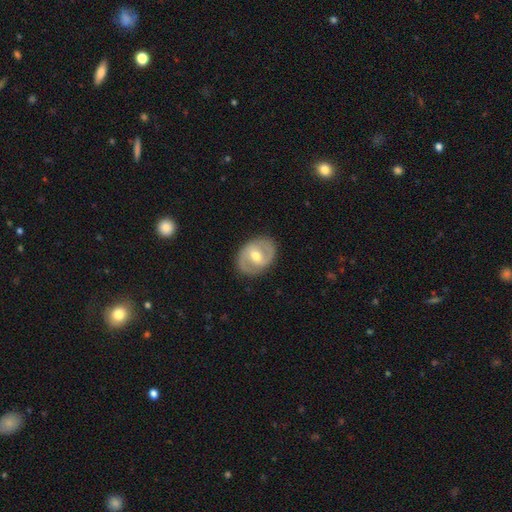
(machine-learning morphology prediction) smooth_or_featured: featured or disk (p=0.72) [alt: smooth p=0.22]
disk_edge_on: no (p=0.96) [alt: yes p=0.04]
bar: weak (p=0.49) [alt: no p=0.27]
has_spiral_arms: yes (p=0.77) [alt: no p=0.23]
spiral_winding: medium (p=0.50) [alt: tight p=0.33]
spiral_arm_count: 2 (p=0.87) [alt: can't tell p=0.08]
bulge_size: moderate (p=0.72) [alt: small p=0.20]
merging: none (p=0.85) [alt: minor disturbance p=0.11]